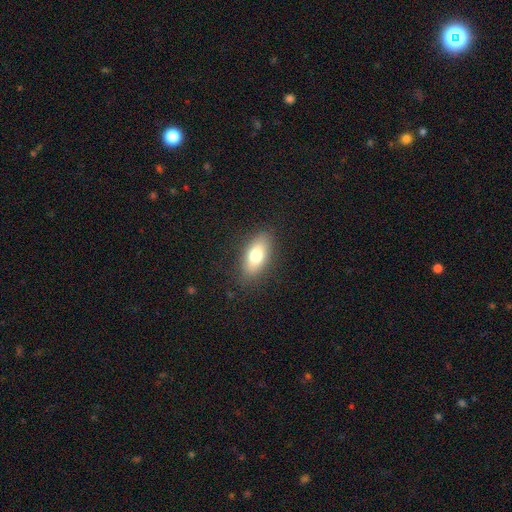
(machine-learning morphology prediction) The model was most divided on "smooth or featured": smooth: 74%, featured or disk: 18%, star or artifact: 8%. More confident: merging — none (85%); how rounded — in between (84%).